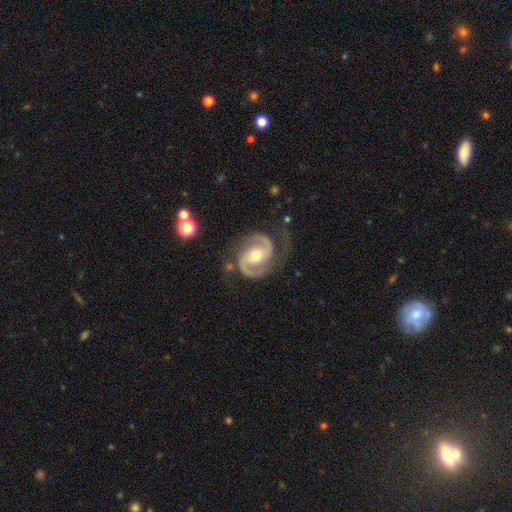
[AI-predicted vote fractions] Smooth or featured? Predicted: featured or disk (p=0.92). Edge-on disk? Predicted: no (p=0.98). Bar? Predicted: no (p=0.48). Spiral arms? Predicted: yes (p=0.98). Spiral winding? Predicted: medium (p=0.56). Spiral arm count? Predicted: 2 (p=0.93). Bulge size? Predicted: moderate (p=0.70). Merging? Predicted: none (p=0.73).